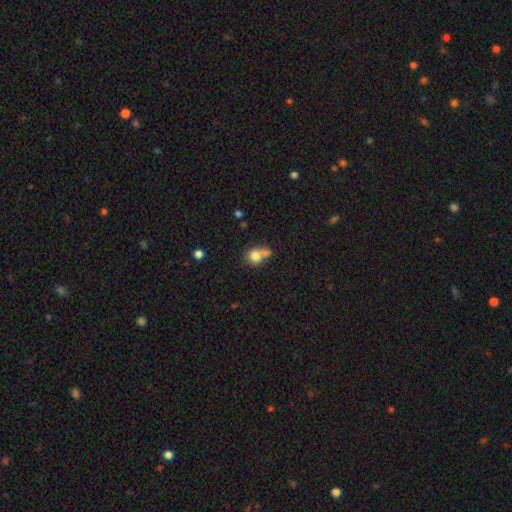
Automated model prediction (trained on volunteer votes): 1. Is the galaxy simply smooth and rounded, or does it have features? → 78% smooth, 11% featured or disk, 10% star or artifact.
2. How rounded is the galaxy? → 76% round, 23% in between, 1% cigar-shaped.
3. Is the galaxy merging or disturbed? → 47% merger, 37% none, 11% minor disturbance, 5% major disturbance.